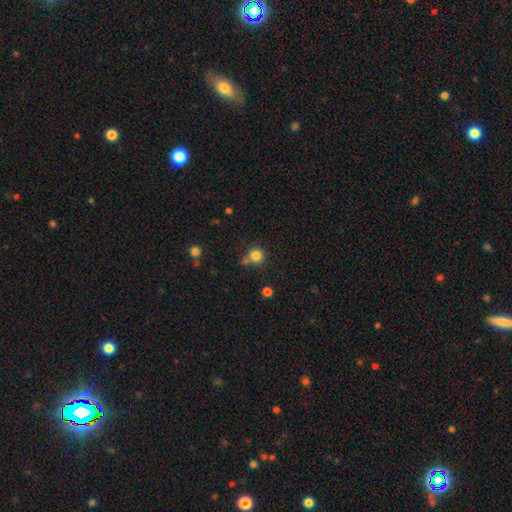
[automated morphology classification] Overall: smooth (82%). How rounded: round (92%). Merging: none (66%).